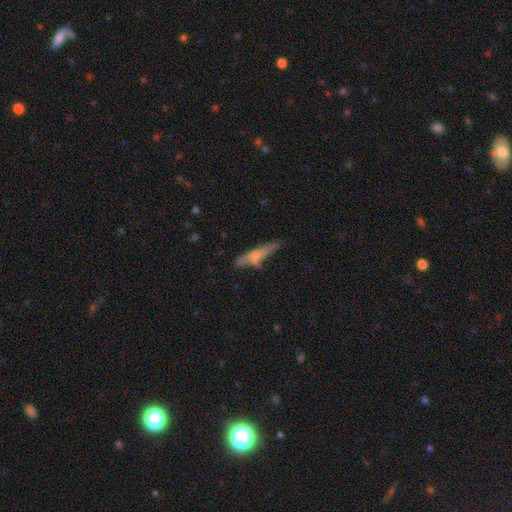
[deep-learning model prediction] Q: Smooth or featured?
A: smooth (57%); runner-up: featured or disk (37%)
Q: How rounded?
A: cigar-shaped (84%); runner-up: in between (14%)
Q: Merging?
A: none (62%); runner-up: minor disturbance (23%)